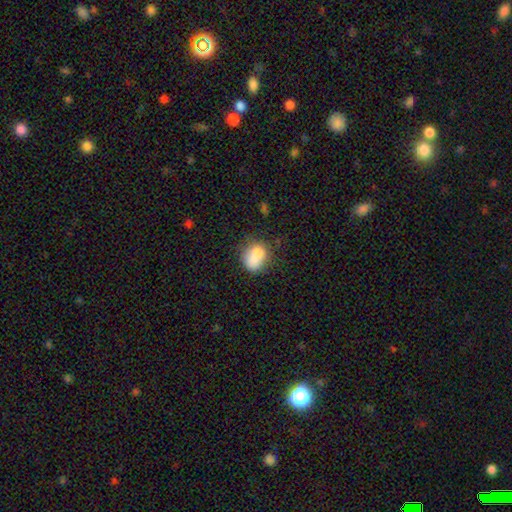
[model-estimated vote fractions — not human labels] Overall: smooth (77%). How rounded: in between (55%; round 44%). Merging: none (44%; merger 25%).